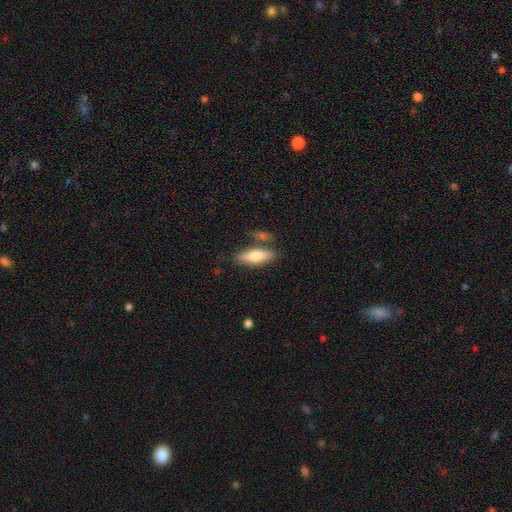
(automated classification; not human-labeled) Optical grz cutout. It shows a smooth galaxy with no disk features (67%) that is cigar-shaped (50%). Merging: none (69%).